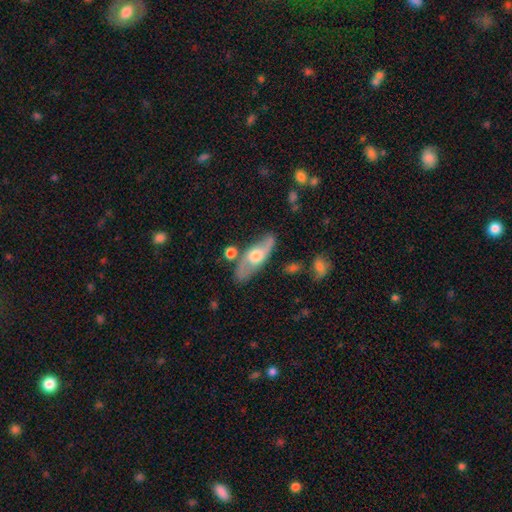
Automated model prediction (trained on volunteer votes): The model was most divided on "smooth or featured": featured or disk: 59%, smooth: 36%, star or artifact: 6%. More confident: merging — none (73%); edge-on disk — no (64%).